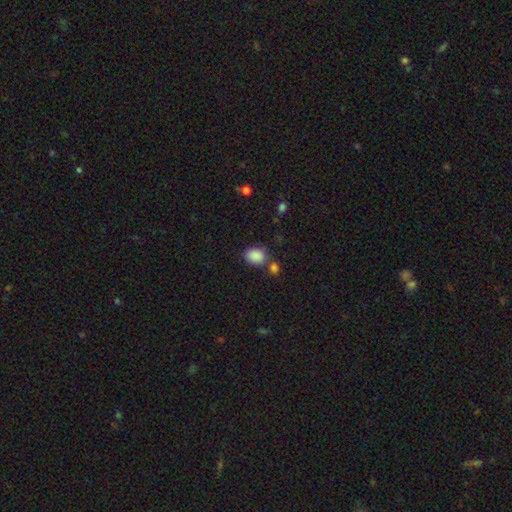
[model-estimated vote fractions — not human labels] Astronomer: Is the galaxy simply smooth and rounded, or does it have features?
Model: smooth — 87%.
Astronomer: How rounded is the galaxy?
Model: in between — 68%.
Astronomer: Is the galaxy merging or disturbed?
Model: none — 65%.